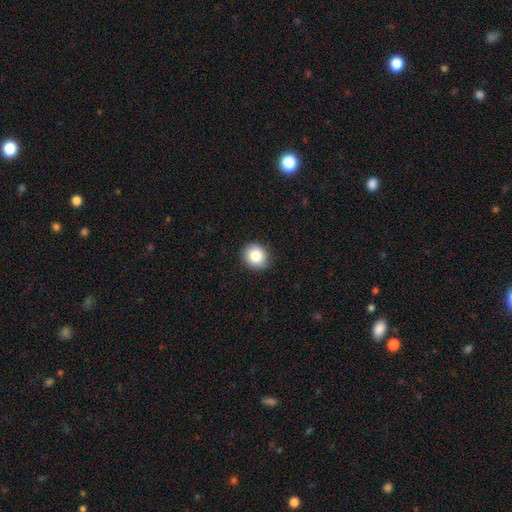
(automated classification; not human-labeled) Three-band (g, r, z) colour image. It shows a smooth galaxy with no disk features (83%) that is round (74%). Merging: none (87%).